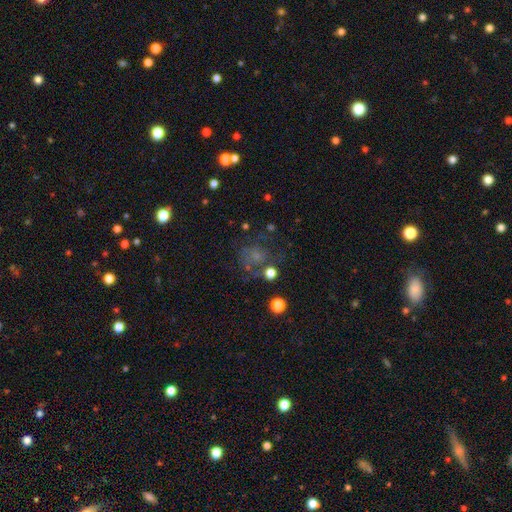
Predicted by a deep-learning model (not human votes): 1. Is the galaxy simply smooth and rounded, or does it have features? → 44% smooth, 32% featured or disk, 24% star or artifact.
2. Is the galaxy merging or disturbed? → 49% none, 24% major disturbance, 19% minor disturbance, 8% merger.